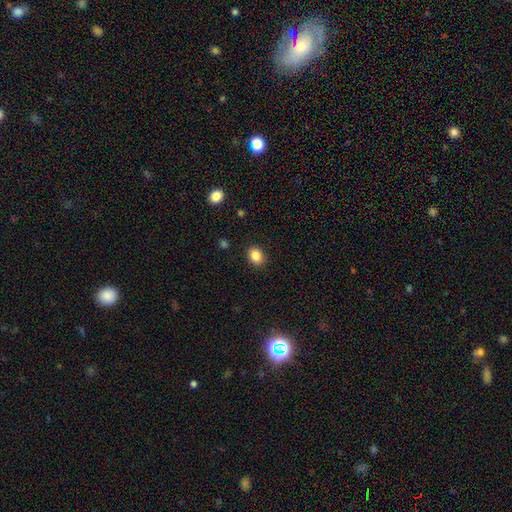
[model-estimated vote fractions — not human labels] Overall: smooth (86%). How rounded: in between (63%; round 36%). Merging: none (89%).